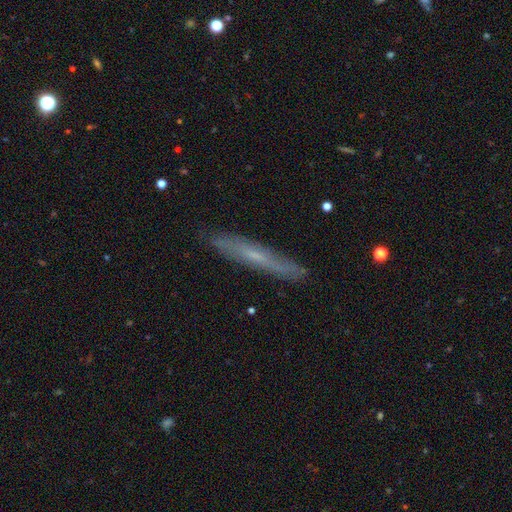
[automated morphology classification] type=featured or disk (53%); edge-on=yes (84%); merging=none (85%).